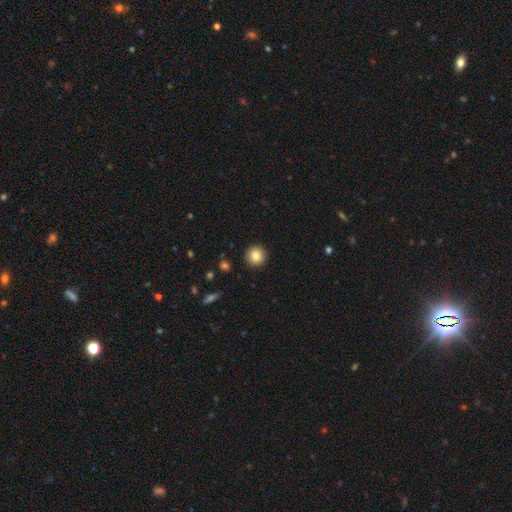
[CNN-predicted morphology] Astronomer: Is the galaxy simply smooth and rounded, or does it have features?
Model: smooth — 84%.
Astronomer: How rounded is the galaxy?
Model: round — 95%.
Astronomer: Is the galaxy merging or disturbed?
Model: none — 92%.